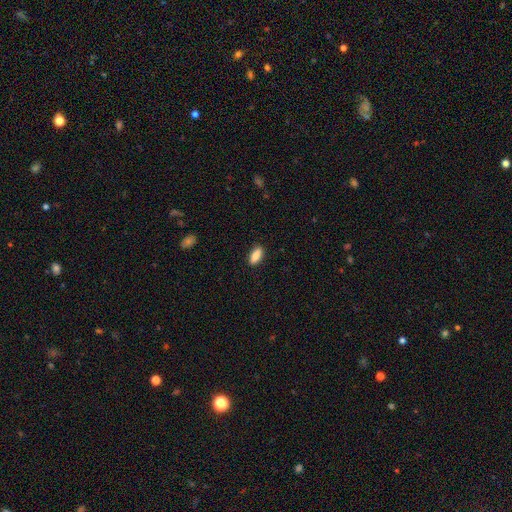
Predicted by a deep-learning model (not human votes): Smooth or featured? smooth (87%)
How rounded? in between (73%)
Merging? none (88%)